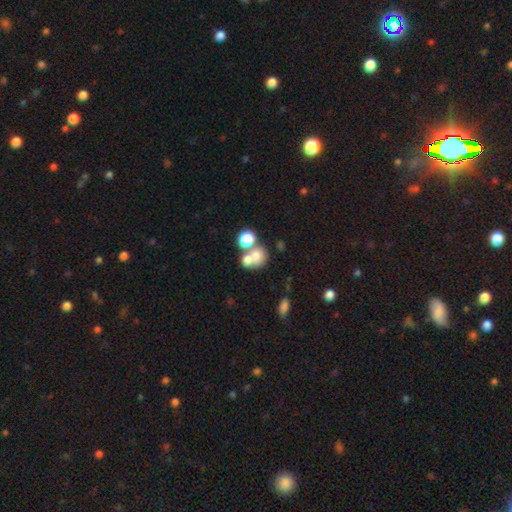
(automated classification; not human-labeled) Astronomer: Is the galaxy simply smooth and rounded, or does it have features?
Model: smooth — 67%.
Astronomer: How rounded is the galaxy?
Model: round — 68%.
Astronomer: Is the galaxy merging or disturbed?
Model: merger — 55% (runner-up: none, 32%).